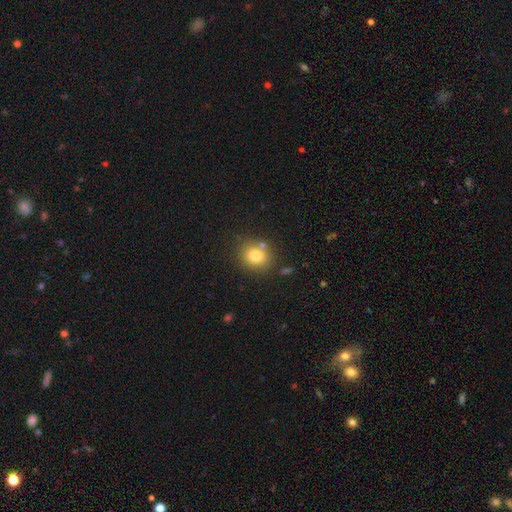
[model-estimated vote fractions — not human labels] This appears to be a smooth galaxy with no disk features (78%) that is round (78%). Merging: none (78%).